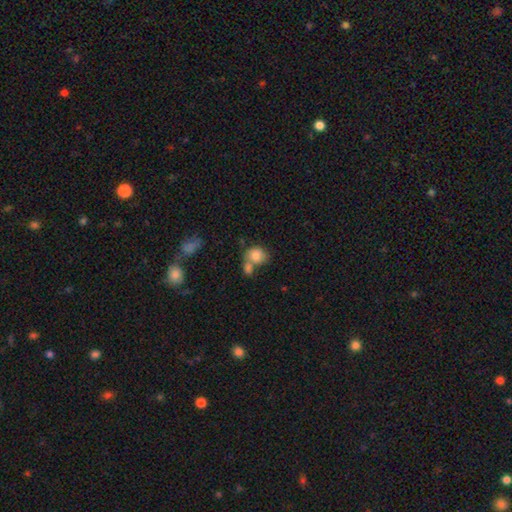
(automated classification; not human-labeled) A smooth galaxy with no disk features (81%) that is round (60%). Merging: merger (48%).